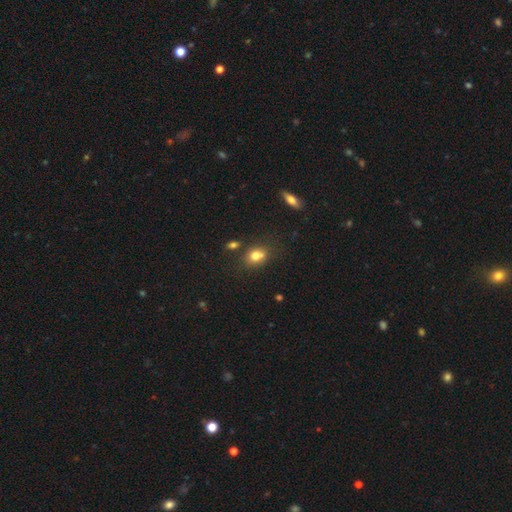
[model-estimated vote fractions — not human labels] Overall: smooth (74%). How rounded: in between (51%; round 48%). Merging: none (57%; merger 24%).